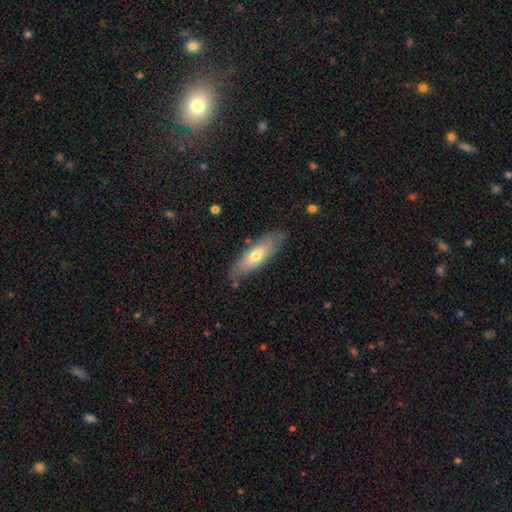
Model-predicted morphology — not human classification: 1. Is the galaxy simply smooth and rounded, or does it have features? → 58% smooth, 36% featured or disk, 6% star or artifact.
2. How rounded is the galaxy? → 58% in between, 40% cigar-shaped, 2% round.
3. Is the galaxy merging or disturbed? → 78% none, 16% minor disturbance, 3% major disturbance, 2% merger.